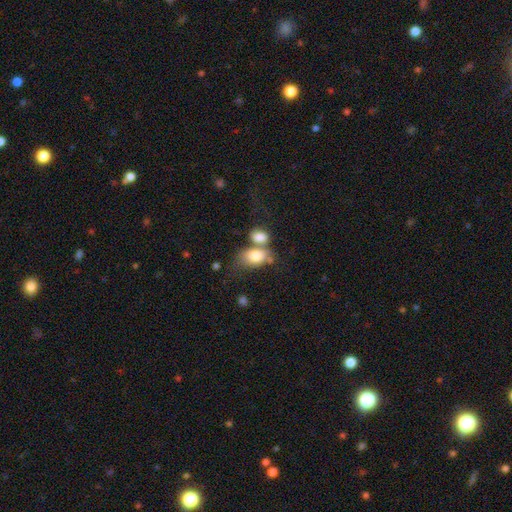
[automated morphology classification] The model was most divided on "merging": merger: 54%, none: 26%, minor disturbance: 12%, major disturbance: 8%. More confident: how rounded — in between (81%); smooth or featured — smooth (78%).